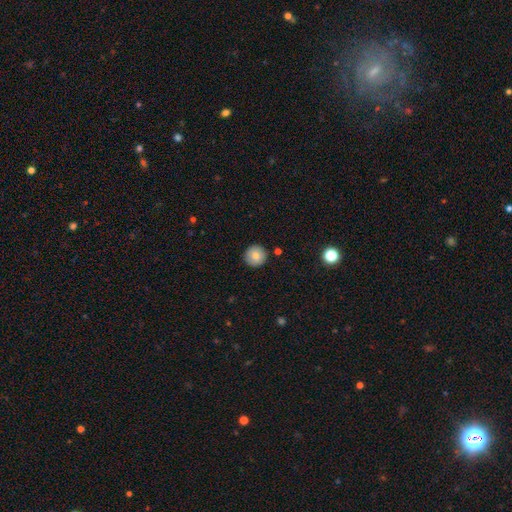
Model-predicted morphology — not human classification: This is likely a smooth galaxy (79%). How rounded: clearly round (95%). Merging: clearly none (91%).